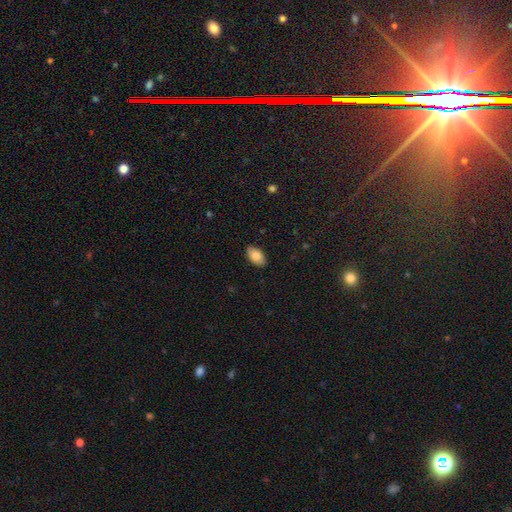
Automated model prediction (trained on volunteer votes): Smooth or featured? Predicted: smooth (p=0.82). How rounded? Predicted: in between (p=0.94). Merging? Predicted: none (p=0.87).